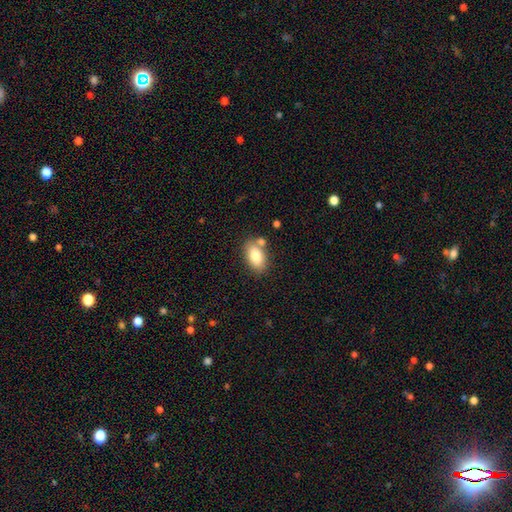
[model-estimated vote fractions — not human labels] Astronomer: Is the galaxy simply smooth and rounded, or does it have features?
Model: smooth — 81%.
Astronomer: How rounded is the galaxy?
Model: in between — 90%.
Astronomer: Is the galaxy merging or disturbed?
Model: none — 69%.